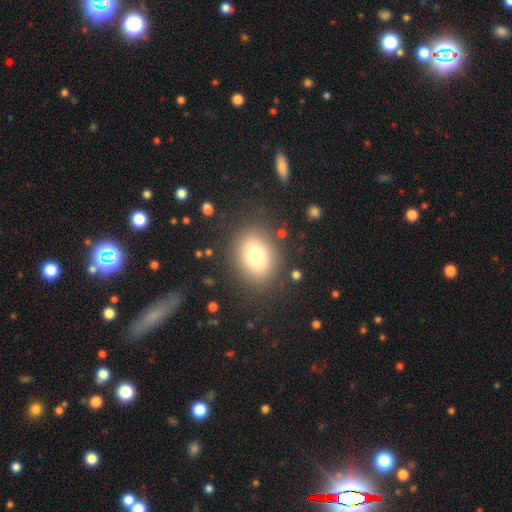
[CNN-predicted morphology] A smooth galaxy with no disk features (74%) that is in between round and cigar-shaped (54%). Merging: none (84%).